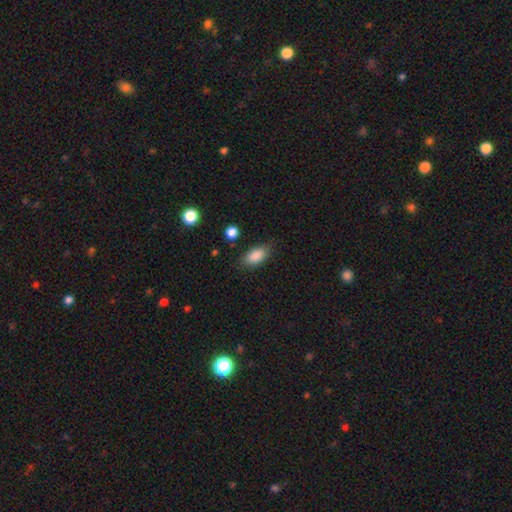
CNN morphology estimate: smooth-or-featured: smooth: 87% | star or artifact: 8% | featured or disk: 6%
  how-rounded: in between: 89% | cigar-shaped: 6% | round: 5%
  merging: none: 77% | minor disturbance: 17% | major disturbance: 4% | merger: 2%